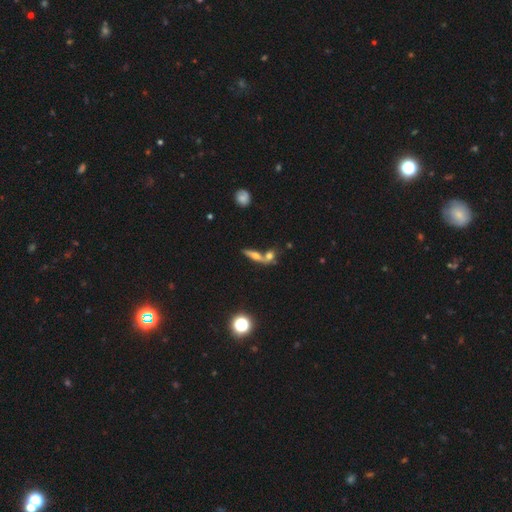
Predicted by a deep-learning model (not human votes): Smooth or featured? Predicted: featured or disk (p=0.47). Merging? Predicted: none (p=0.50).